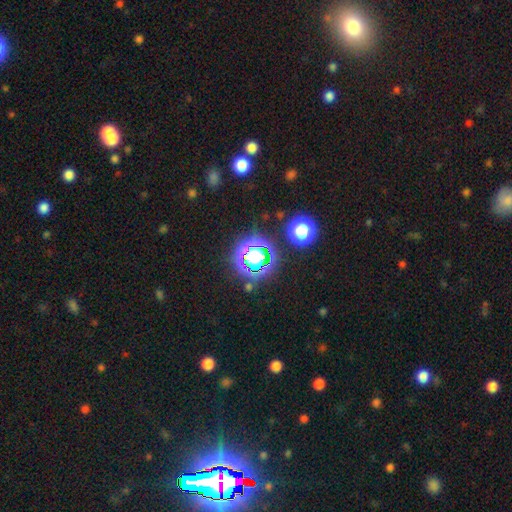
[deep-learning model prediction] smooth-or-featured: star or artifact: 81% | smooth: 12% | featured or disk: 7%